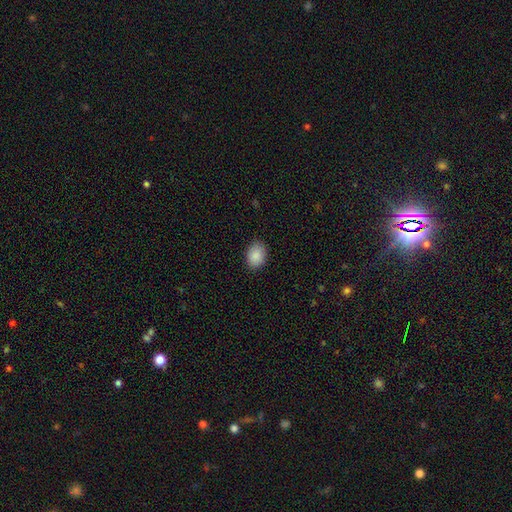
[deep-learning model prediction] Q: Smooth or featured?
A: smooth (89%); runner-up: star or artifact (7%)
Q: How rounded?
A: in between (70%); runner-up: round (29%)
Q: Merging?
A: none (85%); runner-up: minor disturbance (12%)